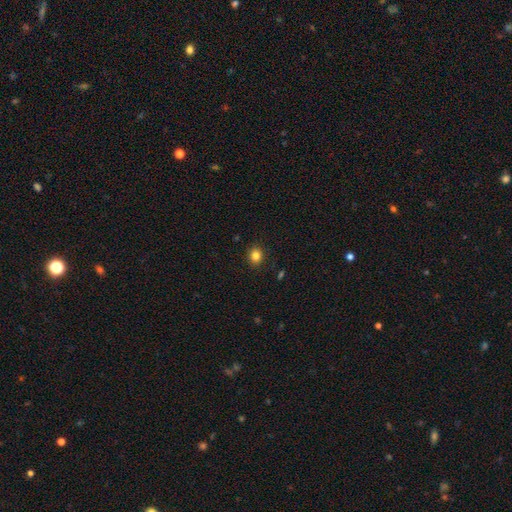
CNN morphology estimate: Smooth or featured? Predicted: smooth (p=0.84). How rounded? Predicted: round (p=0.64). Merging? Predicted: none (p=0.89).